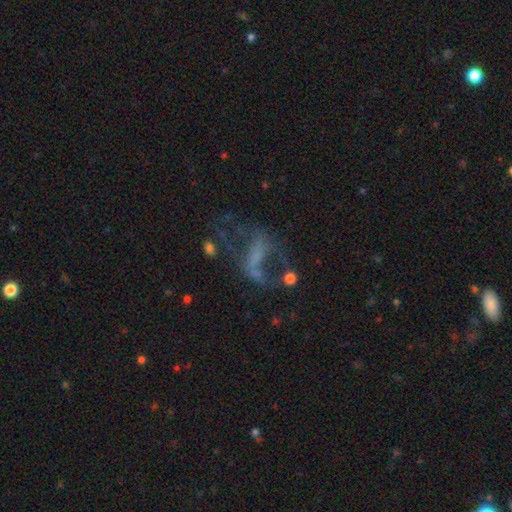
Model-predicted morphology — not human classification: Smooth or featured?
  - featured or disk: 59% *
  - smooth: 22%
  - star or artifact: 20%
Edge-on disk?
  - no: 94% *
  - yes: 6%
Bar?
  - no: 40% *
  - strong: 31%
  - weak: 29%
Spiral arms?
  - no: 52% *
  - yes: 48%
Bulge size?
  - none: 64% *
  - small: 18%
  - moderate: 12%
  - large: 5%
  - dominant: 2%
Merging?
  - major disturbance: 40% *
  - none: 34%
  - minor disturbance: 15%
  - merger: 11%